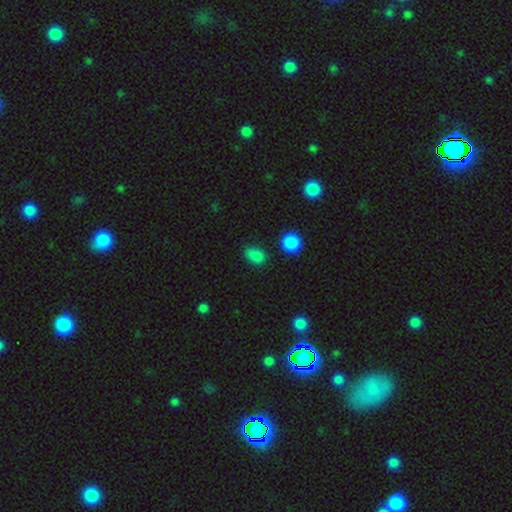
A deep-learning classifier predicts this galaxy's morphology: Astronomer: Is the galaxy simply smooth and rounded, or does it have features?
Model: smooth — 82%.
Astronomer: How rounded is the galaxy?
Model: in between — 74%.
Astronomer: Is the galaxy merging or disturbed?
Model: none — 76%.